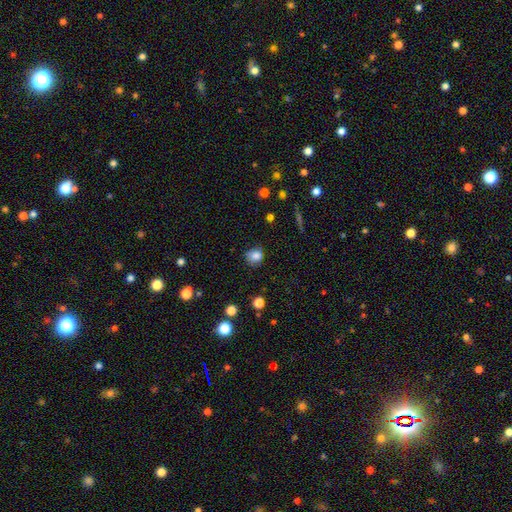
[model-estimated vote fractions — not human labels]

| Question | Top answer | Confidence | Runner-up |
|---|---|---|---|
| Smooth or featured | smooth | 82% | star or artifact (11%) |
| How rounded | round | 78% | in between (21%) |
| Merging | none | 69% | minor disturbance (23%) |